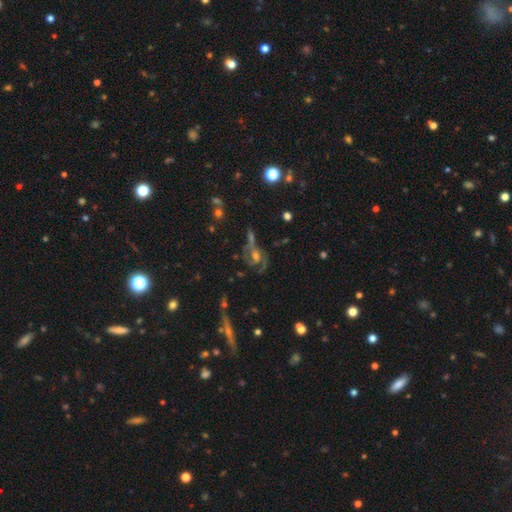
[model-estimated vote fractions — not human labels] The model was most divided on "spiral winding": medium: 45%, tight: 33%, loose: 23%. Remaining: edge-on disk — no (93%); spiral arms — yes (84%); smooth or featured — featured or disk (71%); bulge size — moderate (62%); bar — no (61%); merging — none (48%); spiral arm count — 2 (46%).